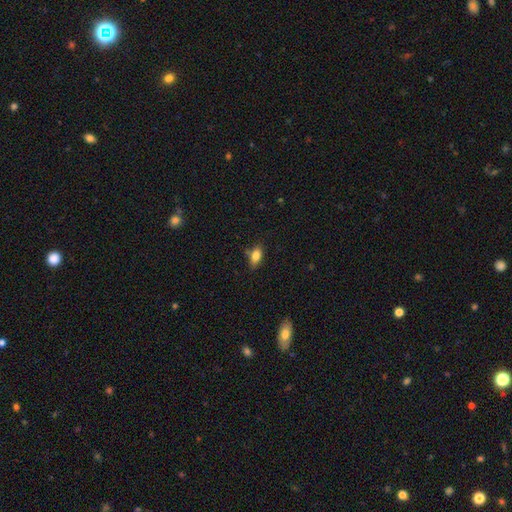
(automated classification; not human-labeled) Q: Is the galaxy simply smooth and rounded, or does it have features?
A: smooth — 81%.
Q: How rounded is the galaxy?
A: in between — 86%.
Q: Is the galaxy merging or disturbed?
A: none — 70%.